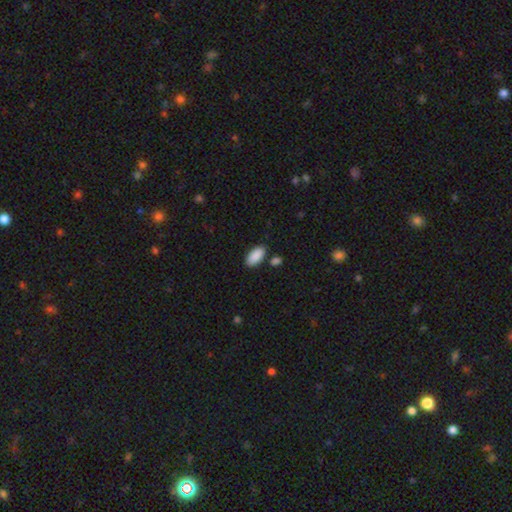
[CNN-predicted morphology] This appears to be a smooth galaxy with no disk features (90%) that is in between round and cigar-shaped (93%). Merging: none (82%).